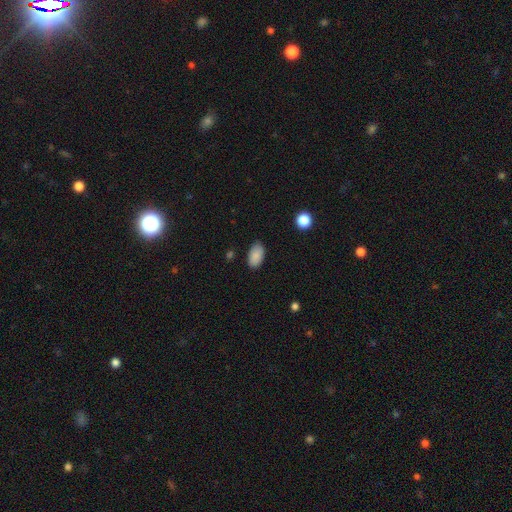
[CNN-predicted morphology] A smooth galaxy with no disk features (88%) that is in between round and cigar-shaped (94%). Merging: none (84%).